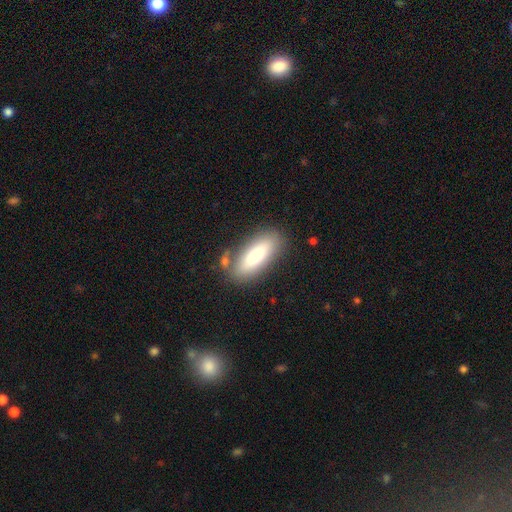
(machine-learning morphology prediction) A smooth galaxy with no disk features (78%) that is in between round and cigar-shaped (68%).

Vote fractions:
- Smooth or featured? smooth: 78% / featured or disk: 15% / star or artifact: 7%
- How rounded? in between: 68% / cigar-shaped: 30% / round: 2%
- Merging? none: 76% / minor disturbance: 13% / merger: 6% / major disturbance: 4%